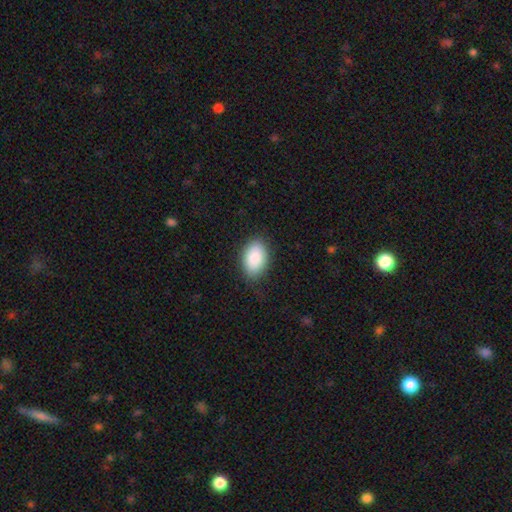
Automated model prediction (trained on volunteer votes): This appears to be a smooth galaxy with no disk features (88%) that is in between round and cigar-shaped (90%). Merging: none (82%).